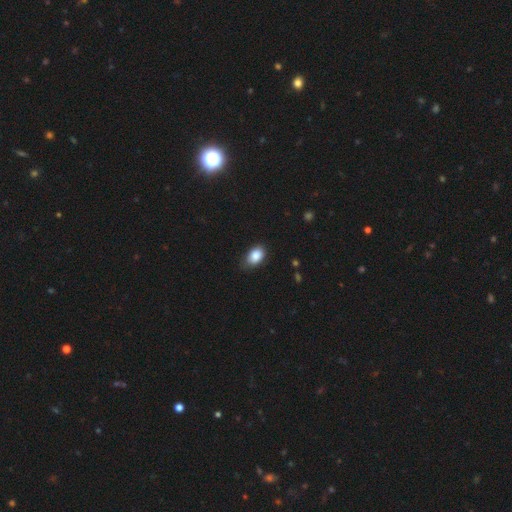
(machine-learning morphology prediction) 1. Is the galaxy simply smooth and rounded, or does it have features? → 87% smooth, 7% star or artifact, 6% featured or disk.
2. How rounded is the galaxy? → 87% in between, 12% round, 1% cigar-shaped.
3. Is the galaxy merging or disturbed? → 70% none, 25% minor disturbance, 4% major disturbance, 1% merger.